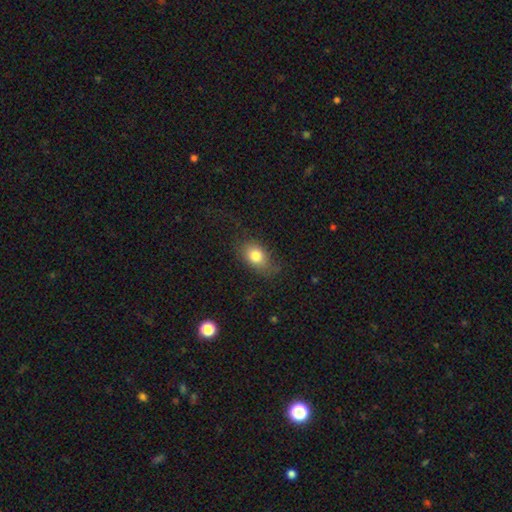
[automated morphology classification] smooth 80%, featured or disk 11%, star or artifact 9%. Down the decision tree: how rounded — in between (76%); merging — none (66%).